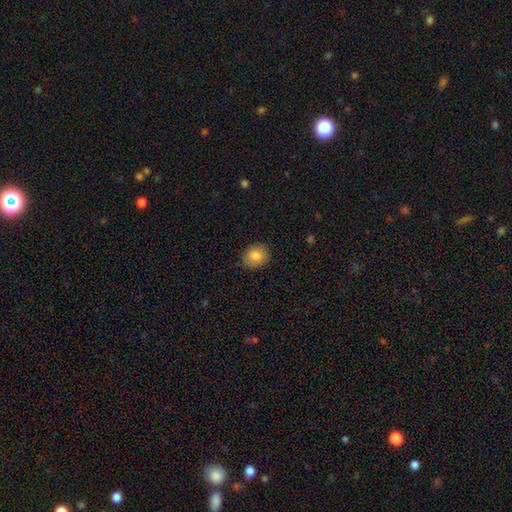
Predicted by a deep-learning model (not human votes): Smooth or featured? Predicted: smooth (p=0.83). How rounded? Predicted: round (p=0.57). Merging? Predicted: none (p=0.87).